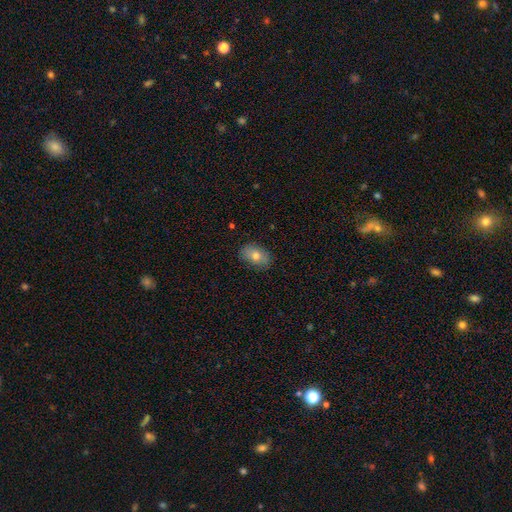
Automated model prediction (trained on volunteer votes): Smooth or featured? Predicted: smooth (p=0.74). How rounded? Predicted: in between (p=0.86). Merging? Predicted: none (p=0.85).